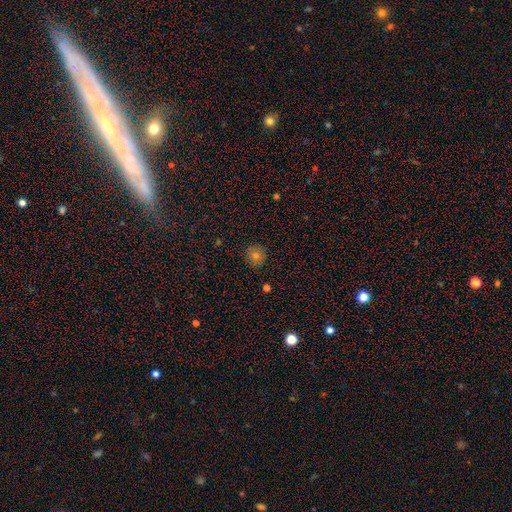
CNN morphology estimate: Smooth or featured? smooth (72%)
How rounded? round (93%)
Merging? none (88%)